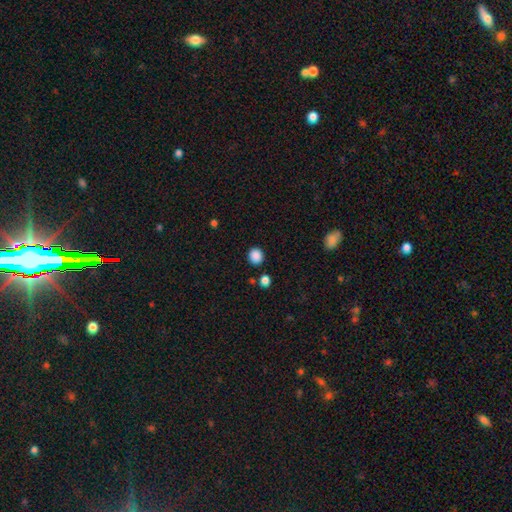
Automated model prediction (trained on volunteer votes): Smooth or featured: smooth — 87% (star or artifact — 10%)
How rounded: round — 79% (in between — 20%)
Merging: none — 86% (minor disturbance — 8%)